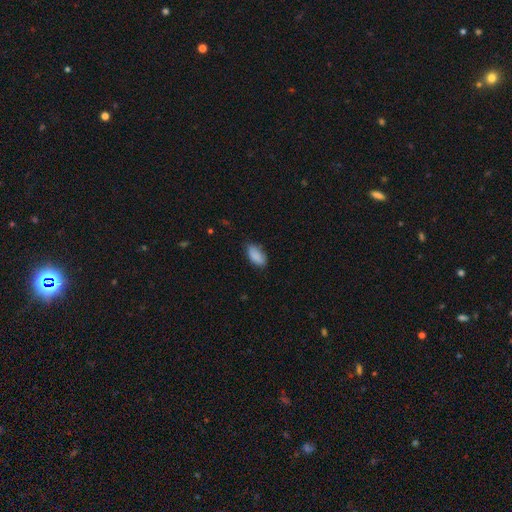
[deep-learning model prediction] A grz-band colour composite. It shows a smooth galaxy with no disk features (88%) that is in between round and cigar-shaped (92%). Merging: none (77%).